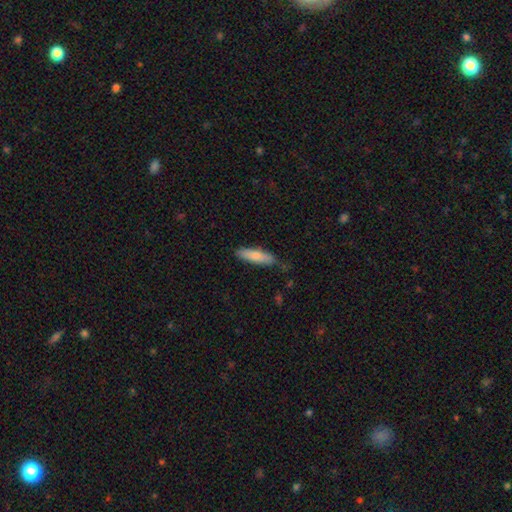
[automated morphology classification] A smooth galaxy with no disk features (78%) that is cigar-shaped (64%).

Vote fractions:
- Smooth or featured? smooth: 78% / featured or disk: 16% / star or artifact: 6%
- How rounded? cigar-shaped: 64% / in between: 34% / round: 2%
- Merging? none: 78% / minor disturbance: 17% / major disturbance: 3% / merger: 2%